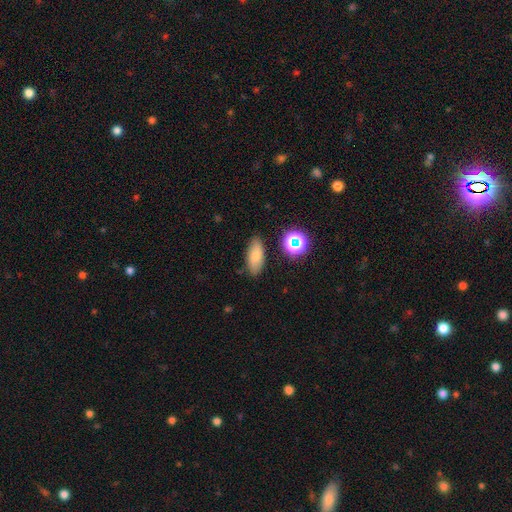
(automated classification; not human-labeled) smooth 76%, star or artifact 12%, featured or disk 12%. Down the decision tree: how rounded — in between (82%); merging — none (82%).